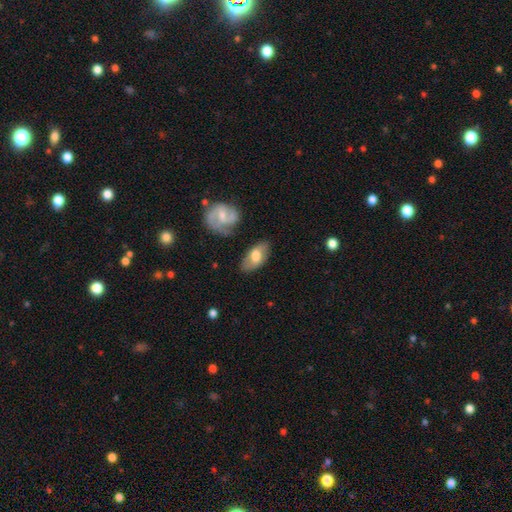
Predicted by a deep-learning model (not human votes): Smooth or featured? Predicted: smooth (p=0.59). How rounded? Predicted: in between (p=0.91). Merging? Predicted: none (p=0.73).